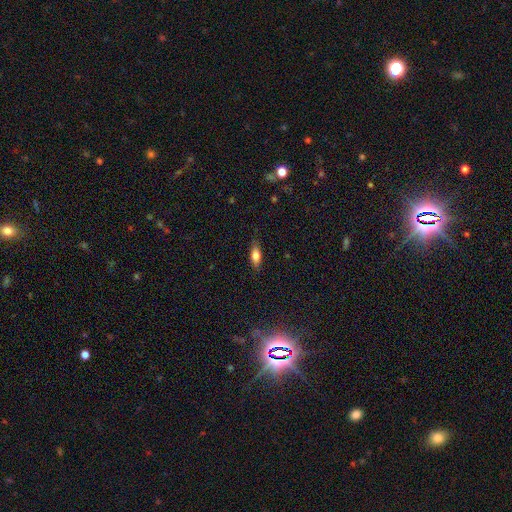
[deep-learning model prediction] A smooth galaxy with no disk features (74%) that is in between round and cigar-shaped (69%).

Vote fractions:
- Smooth or featured? smooth: 74% / featured or disk: 18% / star or artifact: 8%
- How rounded? in between: 69% / cigar-shaped: 28% / round: 3%
- Merging? none: 84% / minor disturbance: 12% / major disturbance: 3% / merger: 1%